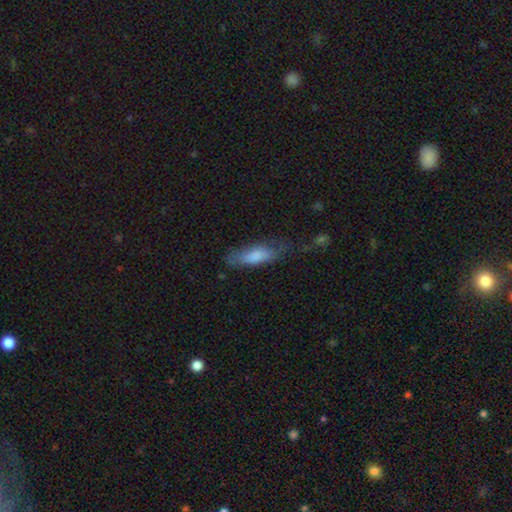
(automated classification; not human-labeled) Smooth or featured?
  - smooth: 77% *
  - featured or disk: 16%
  - star or artifact: 6%
How rounded?
  - in between: 55% *
  - cigar-shaped: 43%
  - round: 2%
Merging?
  - none: 54% *
  - minor disturbance: 29%
  - major disturbance: 14%
  - merger: 3%